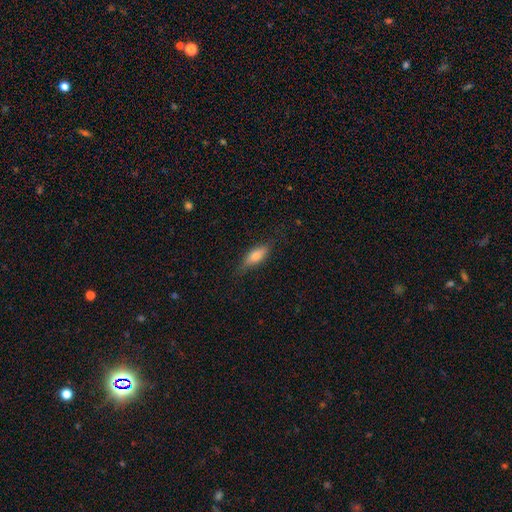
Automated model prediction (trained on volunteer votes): Smooth or featured? Predicted: smooth (p=0.74). How rounded? Predicted: in between (p=0.69). Merging? Predicted: none (p=0.73).